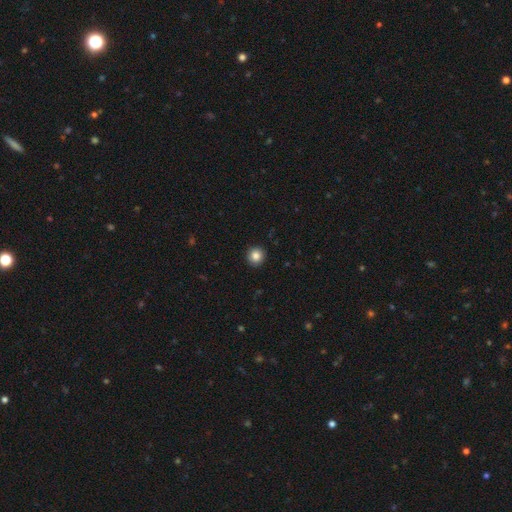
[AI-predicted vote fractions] Smooth or featured? smooth (85%)
How rounded? round (94%)
Merging? none (93%)